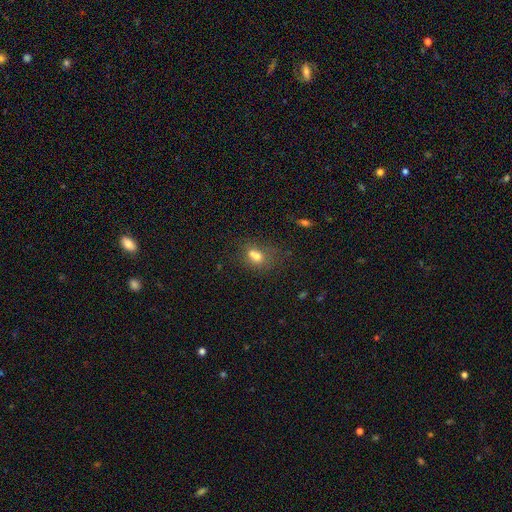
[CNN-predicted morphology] A smooth galaxy with no disk features (66%) that is round (59%).

Vote fractions:
- Smooth or featured? smooth: 66% / featured or disk: 19% / star or artifact: 14%
- How rounded? round: 59% / in between: 39% / cigar-shaped: 1%
- Merging? merger: 57% / none: 30% / minor disturbance: 9% / major disturbance: 4%